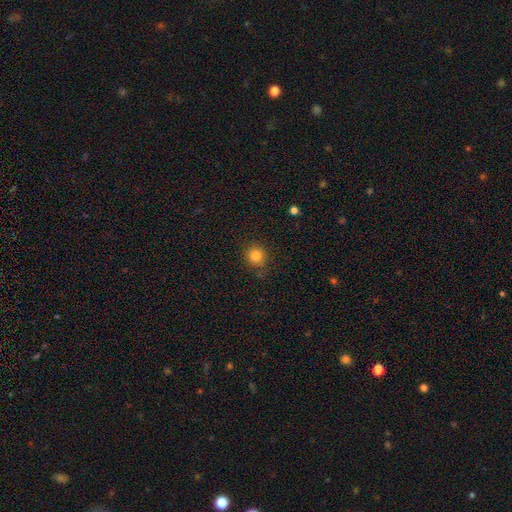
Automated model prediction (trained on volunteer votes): Q: Smooth or featured?
A: smooth (83%); runner-up: star or artifact (12%)
Q: How rounded?
A: round (88%); runner-up: in between (11%)
Q: Merging?
A: none (83%); runner-up: minor disturbance (12%)